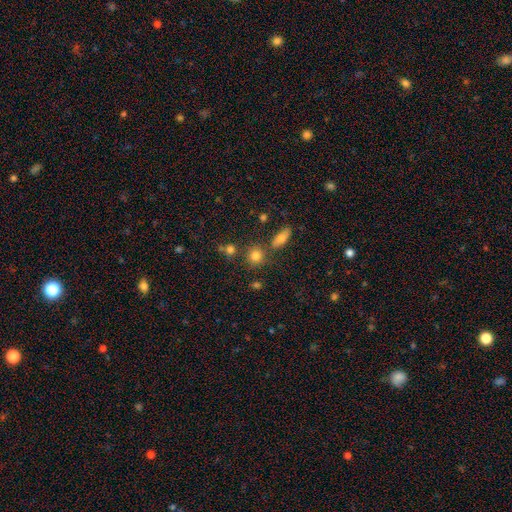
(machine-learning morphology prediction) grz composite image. It shows a smooth galaxy with no disk features (80%) that is round (82%). Merging: none (72%).